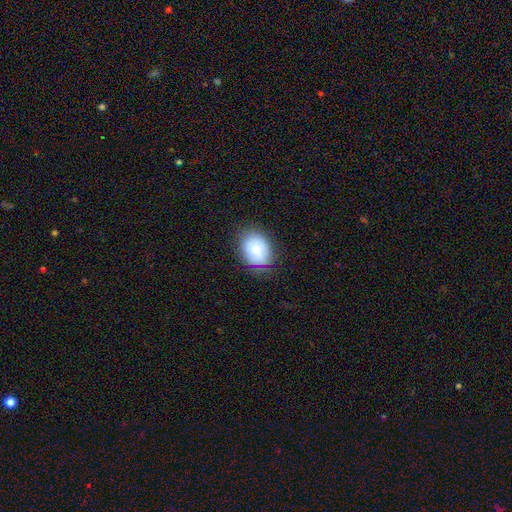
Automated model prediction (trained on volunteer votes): Smooth or featured? smooth (80%)
How rounded? in between (64%)
Merging? none (77%)